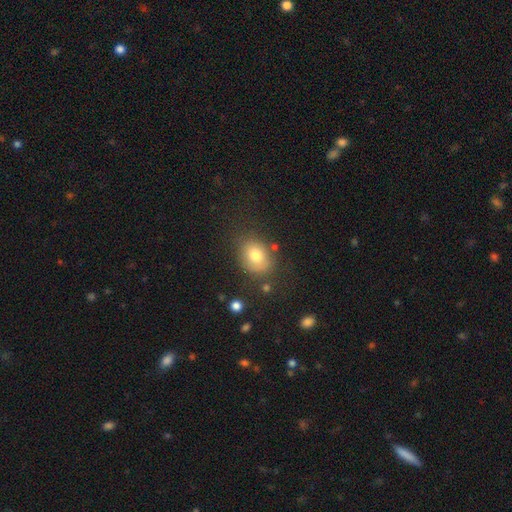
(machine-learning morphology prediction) This is likely a smooth galaxy (77%). How rounded: possibly in between (58%). Merging: likely none (71%).